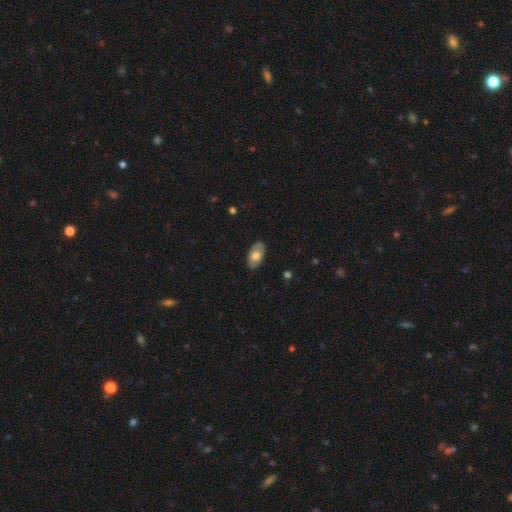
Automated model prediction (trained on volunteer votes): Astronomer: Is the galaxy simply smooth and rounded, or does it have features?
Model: smooth — 61%.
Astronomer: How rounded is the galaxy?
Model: in between — 93%.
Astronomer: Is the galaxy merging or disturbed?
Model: none — 85%.